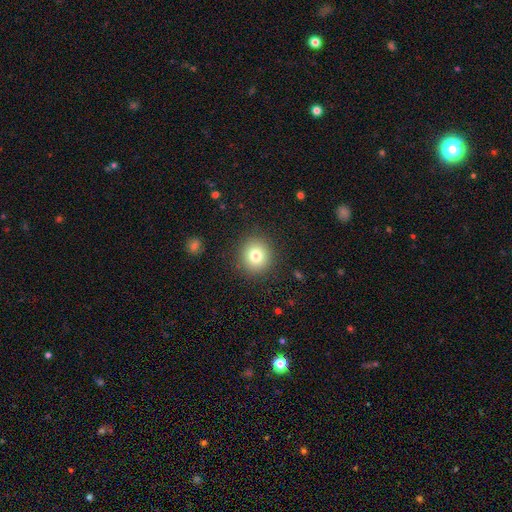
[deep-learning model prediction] Smooth or featured? Predicted: smooth (p=0.80). How rounded? Predicted: round (p=0.89). Merging? Predicted: none (p=0.89).